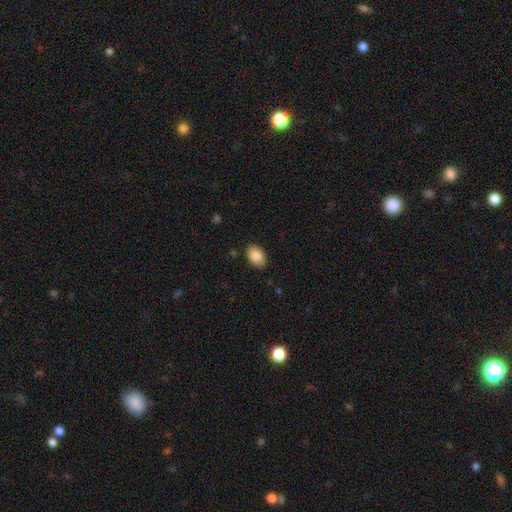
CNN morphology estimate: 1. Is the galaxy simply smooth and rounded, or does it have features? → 88% smooth, 7% star or artifact, 5% featured or disk.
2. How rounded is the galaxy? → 87% in between, 12% round, 1% cigar-shaped.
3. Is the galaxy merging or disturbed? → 86% none, 11% minor disturbance, 2% major disturbance, 1% merger.